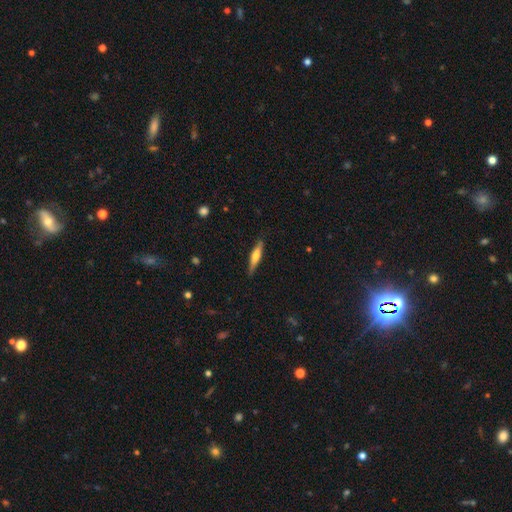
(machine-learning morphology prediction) This is possibly a smooth galaxy (48%). Merging: clearly none (86%).